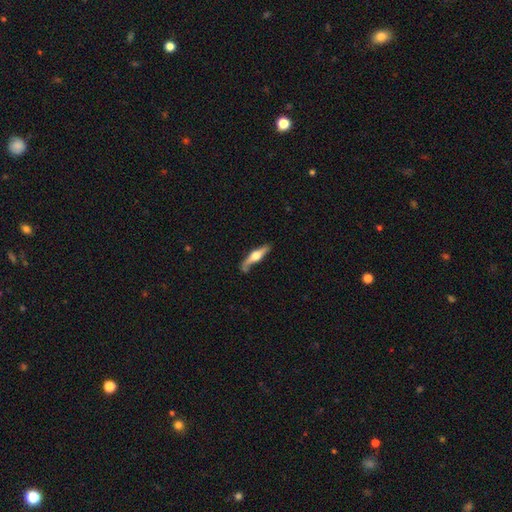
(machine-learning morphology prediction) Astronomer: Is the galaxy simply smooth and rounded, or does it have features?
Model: featured or disk — 66%.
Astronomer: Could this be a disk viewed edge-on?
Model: yes — 93%.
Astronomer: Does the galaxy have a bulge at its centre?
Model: rounded — 94%.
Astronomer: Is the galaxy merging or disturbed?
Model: none — 72%.